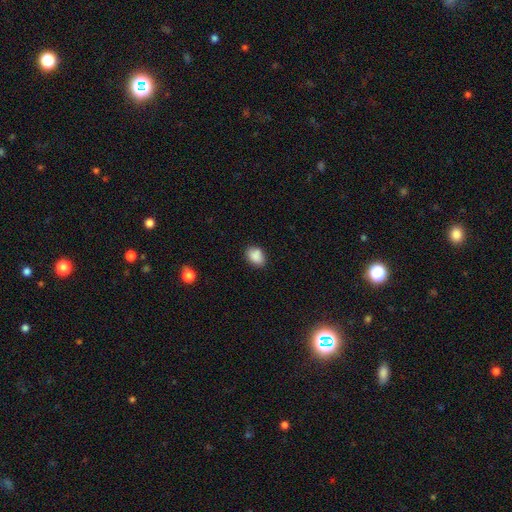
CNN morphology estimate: This is clearly a smooth galaxy (87%). How rounded: likely in between (74%). Merging: likely none (75%).